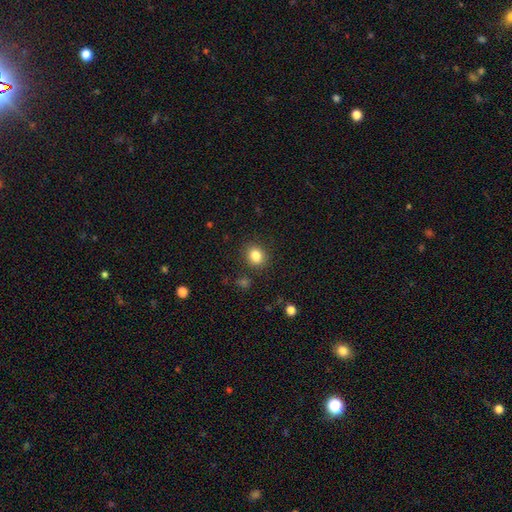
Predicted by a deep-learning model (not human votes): Morphology: type=smooth (83%); roundness=round (68%); merging=none (87%).